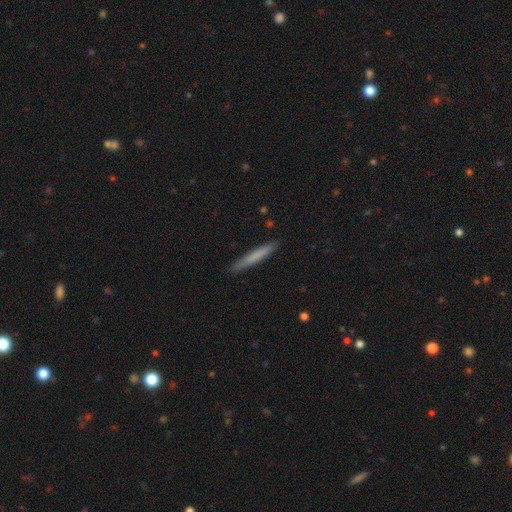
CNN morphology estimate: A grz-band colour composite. It shows a smooth galaxy with no disk features (71%) that is cigar-shaped (96%). Merging: none (90%).